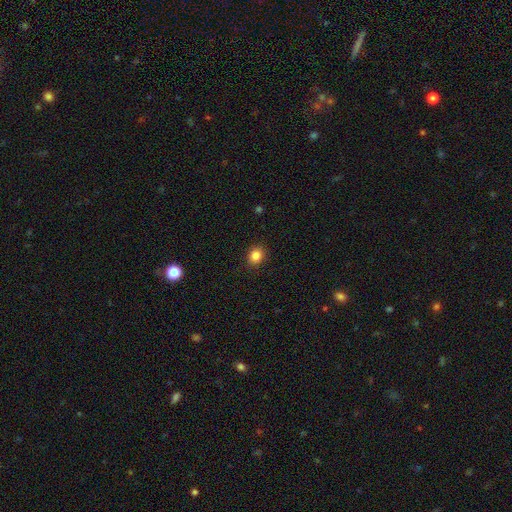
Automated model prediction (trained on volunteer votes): The model was most divided on "how rounded": round: 66%, in between: 33%, cigar-shaped: 1%. More confident: merging — none (89%); smooth or featured — smooth (85%).